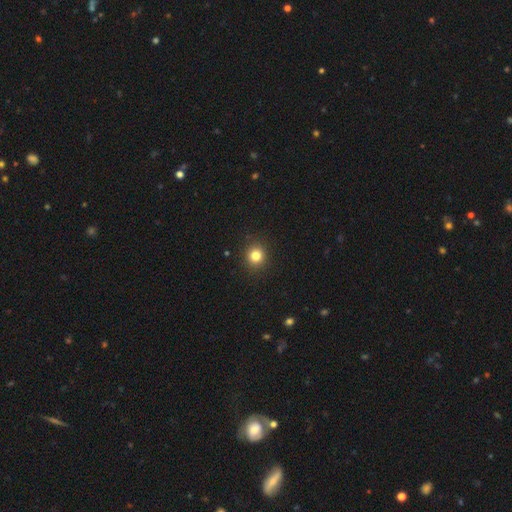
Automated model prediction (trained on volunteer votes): This appears to be a smooth galaxy with no disk features (82%) that is round (89%). Merging: none (91%).